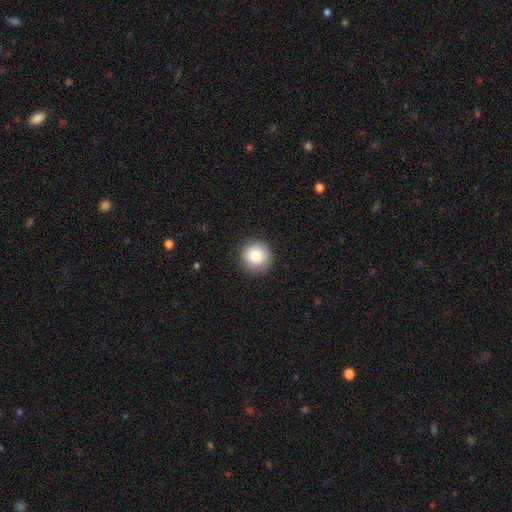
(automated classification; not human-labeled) This is clearly a smooth galaxy (83%). How rounded: clearly round (95%). Merging: clearly none (88%).